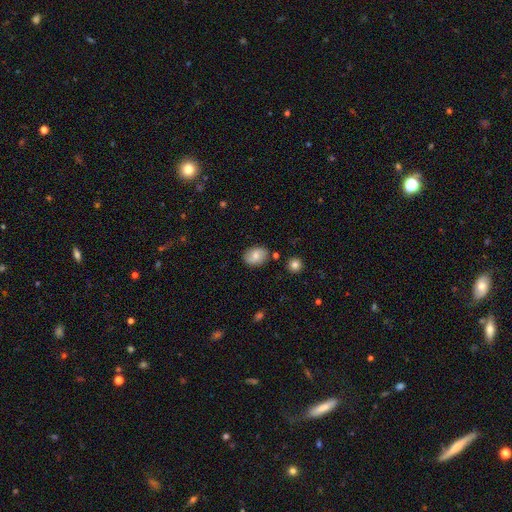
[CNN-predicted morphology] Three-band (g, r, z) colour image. It shows a smooth galaxy with no disk features (71%) that is in between round and cigar-shaped (77%). Merging: none (82%).